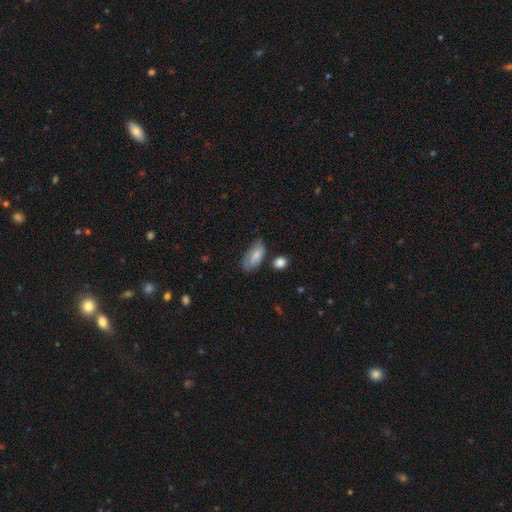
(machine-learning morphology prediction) Smooth or featured? smooth (77%)
How rounded? in between (91%)
Merging? none (58%)